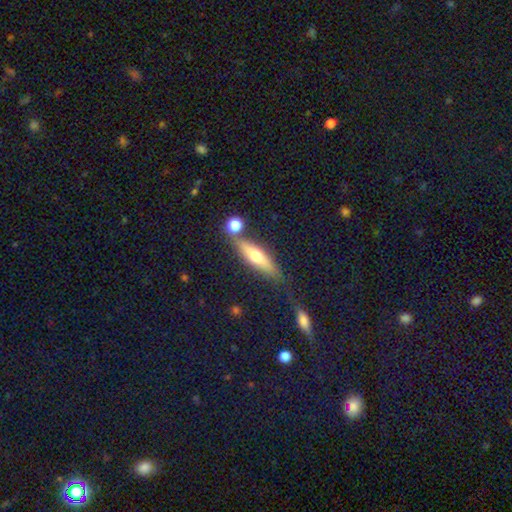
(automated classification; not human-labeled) Smooth or featured: featured or disk — 47% (smooth — 45%)
Merging: none — 71% (minor disturbance — 13%)